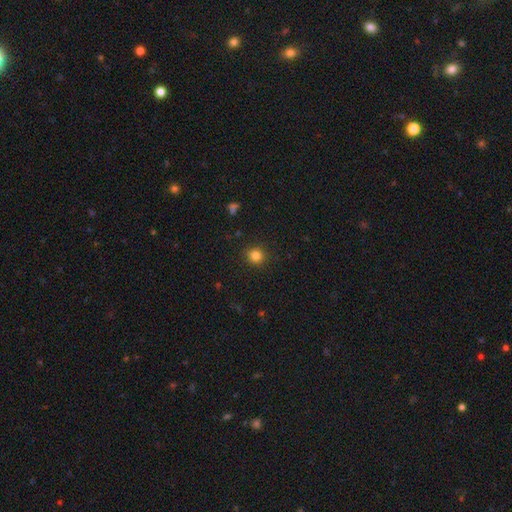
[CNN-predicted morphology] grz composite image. It shows a smooth galaxy with no disk features (83%) that is round (91%). Merging: none (91%).